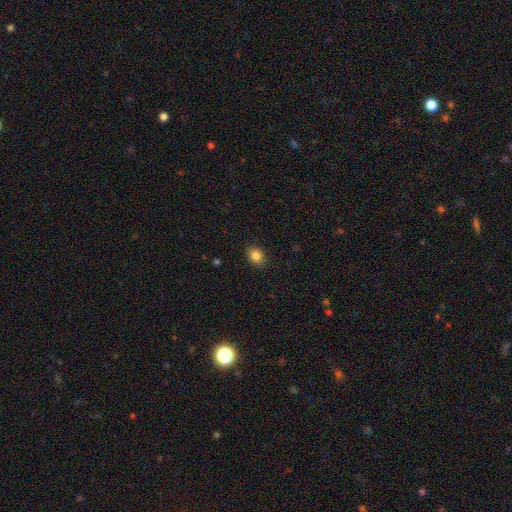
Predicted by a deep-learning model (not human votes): A smooth galaxy with no disk features (85%) that is in between round and cigar-shaped (56%).

Vote fractions:
- Smooth or featured? smooth: 85% / star or artifact: 10% / featured or disk: 5%
- How rounded? in between: 56% / round: 42% / cigar-shaped: 1%
- Merging? none: 88% / minor disturbance: 9% / major disturbance: 2% / merger: 1%